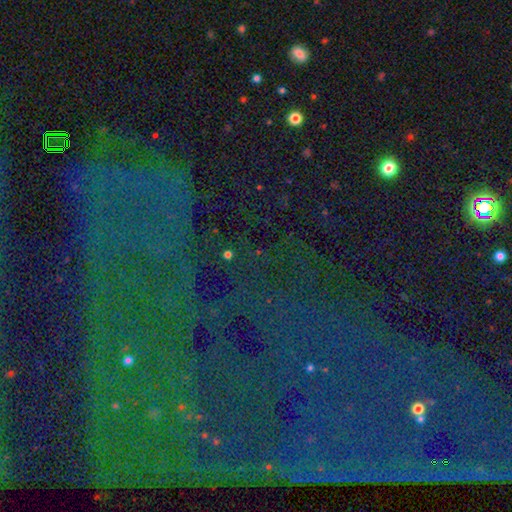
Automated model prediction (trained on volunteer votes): This appears to be a star or artifact, not a galaxy (82%).